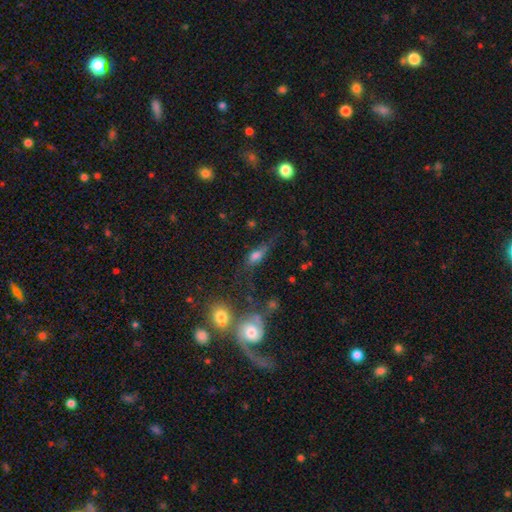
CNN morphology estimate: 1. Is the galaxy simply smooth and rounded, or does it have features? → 56% smooth, 26% featured or disk, 17% star or artifact.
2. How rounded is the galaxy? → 63% in between, 27% cigar-shaped, 10% round.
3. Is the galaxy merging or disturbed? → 47% none, 24% minor disturbance, 20% major disturbance, 9% merger.